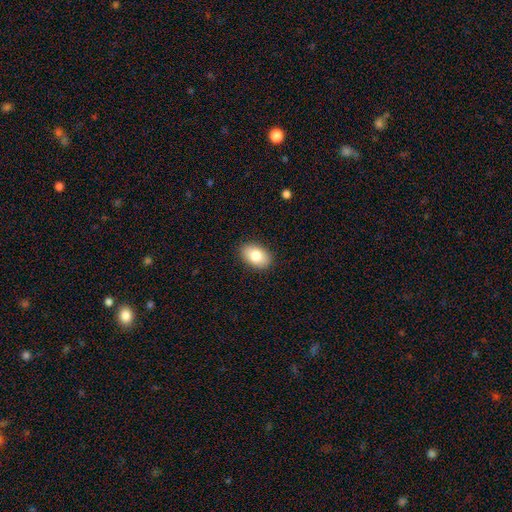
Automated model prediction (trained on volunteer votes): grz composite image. It shows a smooth galaxy with no disk features (81%) that is in between round and cigar-shaped (88%). Merging: none (89%).